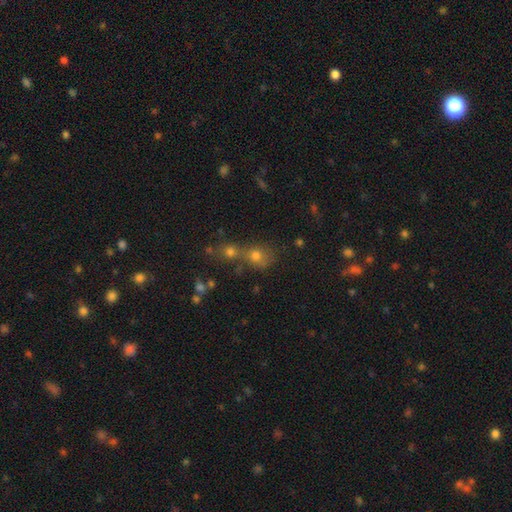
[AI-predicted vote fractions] This appears to be a smooth galaxy with no disk features (53%) that is round (80%). Merging: none (49%).